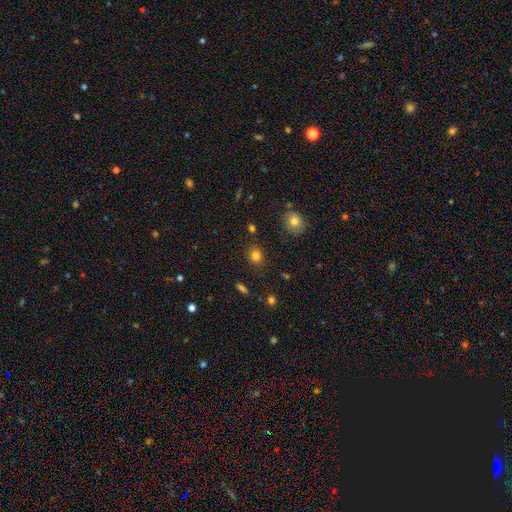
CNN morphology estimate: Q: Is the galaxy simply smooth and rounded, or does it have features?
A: smooth — 81%.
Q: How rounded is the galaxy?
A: round — 60%.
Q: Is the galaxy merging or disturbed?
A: none — 85%.